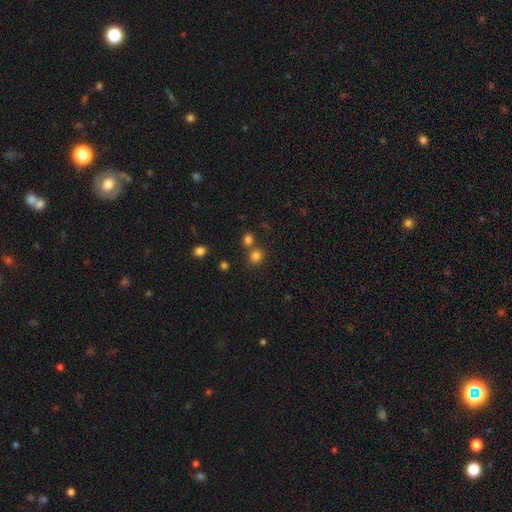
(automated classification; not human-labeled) smooth 80%, star or artifact 15%, featured or disk 5%. Down the decision tree: how rounded — round (84%); merging — none (66%).